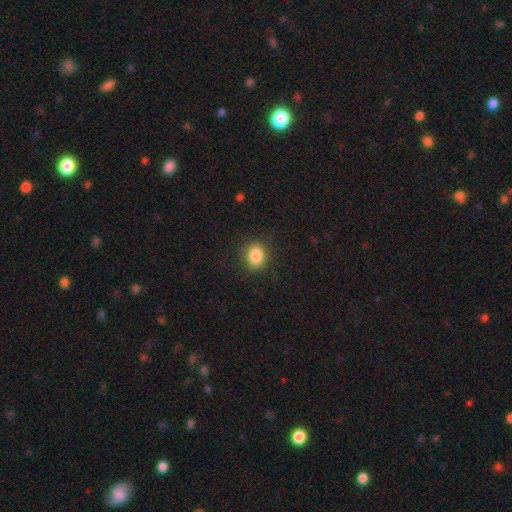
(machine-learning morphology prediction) The model was most divided on "how rounded": round: 51%, in between: 48%, cigar-shaped: 1%. More confident: merging — none (86%); smooth or featured — smooth (86%).